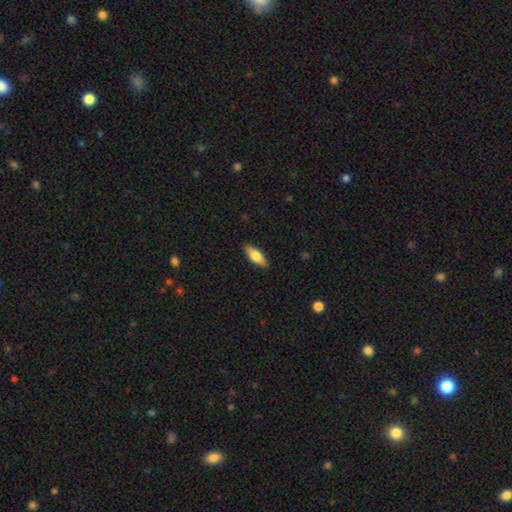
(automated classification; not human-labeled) Smooth or featured?
  - smooth: 72% *
  - featured or disk: 22%
  - star or artifact: 6%
How rounded?
  - in between: 70% *
  - cigar-shaped: 28%
  - round: 2%
Merging?
  - none: 87% *
  - minor disturbance: 10%
  - major disturbance: 2%
  - merger: 1%